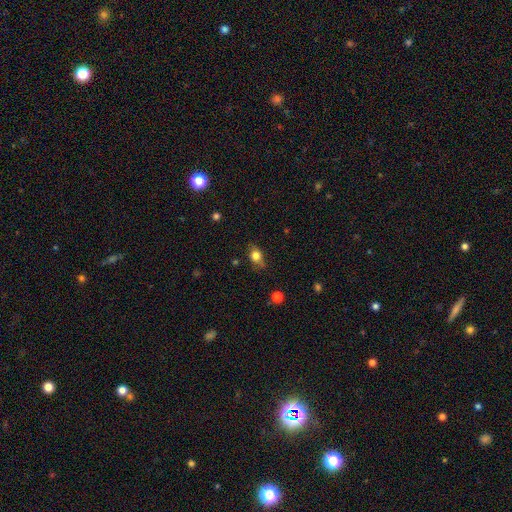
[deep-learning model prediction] The model was most divided on "how rounded": in between: 71%, round: 25%, cigar-shaped: 4%. More confident: smooth or featured — smooth (75%); merging — none (72%).